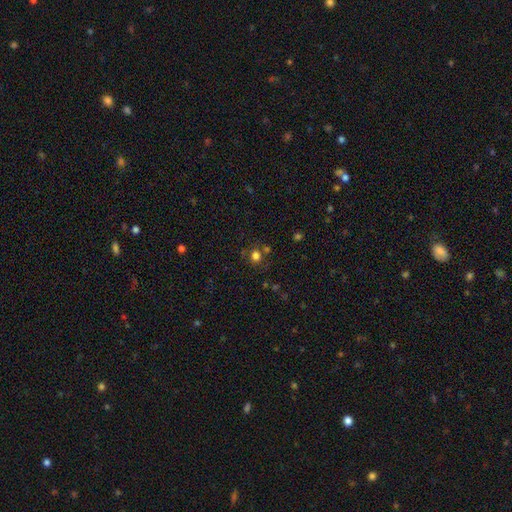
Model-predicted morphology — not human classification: Overall: smooth (73%). How rounded: round (83%). Merging: none (71%).